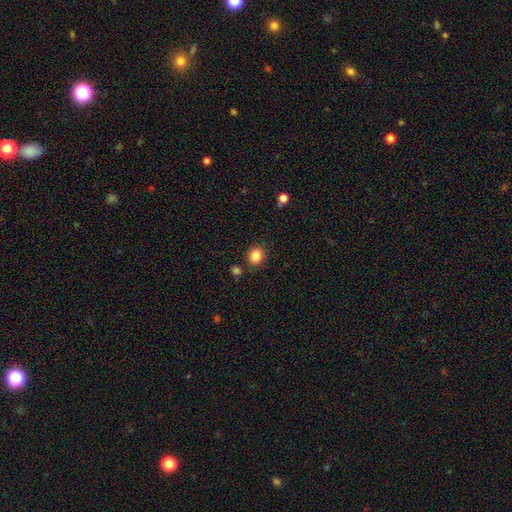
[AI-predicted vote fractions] Q: Smooth or featured?
A: smooth (85%); runner-up: star or artifact (10%)
Q: How rounded?
A: round (79%); runner-up: in between (20%)
Q: Merging?
A: none (84%); runner-up: minor disturbance (8%)